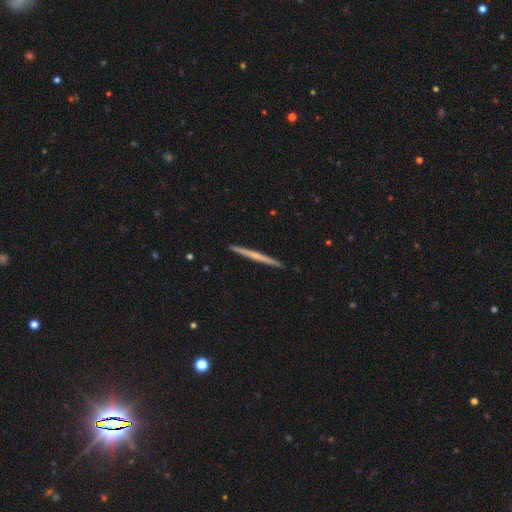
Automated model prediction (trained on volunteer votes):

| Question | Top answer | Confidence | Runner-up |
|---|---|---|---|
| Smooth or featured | featured or disk | 54% | smooth (41%) |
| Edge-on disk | yes | 98% | no (2%) |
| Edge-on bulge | none | 78% | rounded (17%) |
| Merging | none | 93% | minor disturbance (5%) |